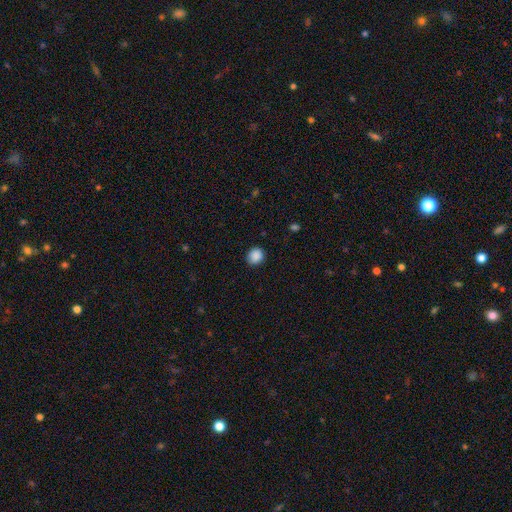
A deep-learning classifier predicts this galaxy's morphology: smooth-or-featured: smooth: 88% | star or artifact: 9% | featured or disk: 3%
  how-rounded: round: 81% | in between: 18% | cigar-shaped: 1%
  merging: none: 85% | minor disturbance: 12% | major disturbance: 3% | merger: 1%